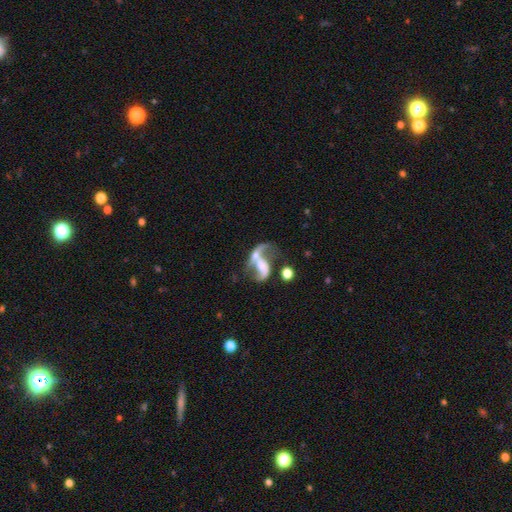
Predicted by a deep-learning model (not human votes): A featured or disk galaxy (66%) with no bar (66%), spiral arms (68%) and no central bulge (42%). Merging: merger (49%).